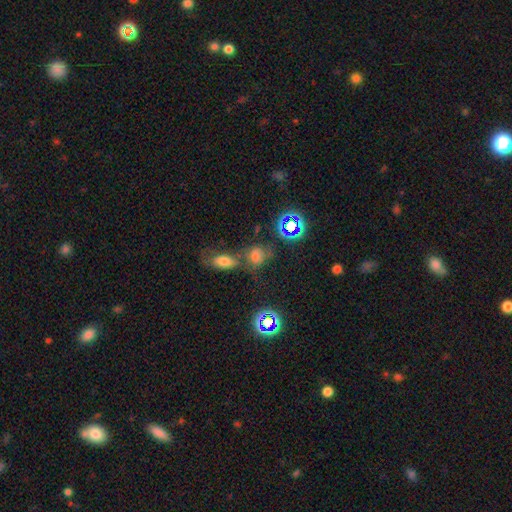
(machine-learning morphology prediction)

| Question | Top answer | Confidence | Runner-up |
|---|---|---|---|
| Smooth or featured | smooth | 60% | star or artifact (29%) |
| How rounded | round | 59% | in between (38%) |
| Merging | none | 48% | merger (30%) |